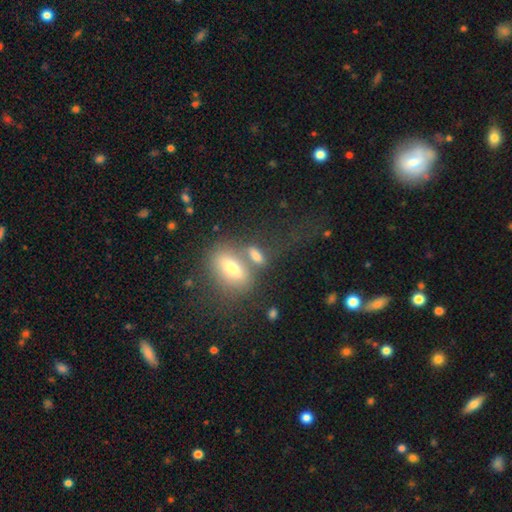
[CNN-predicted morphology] A smooth galaxy with no disk features (67%) that is in between round and cigar-shaped (69%). Merging: none (41%).